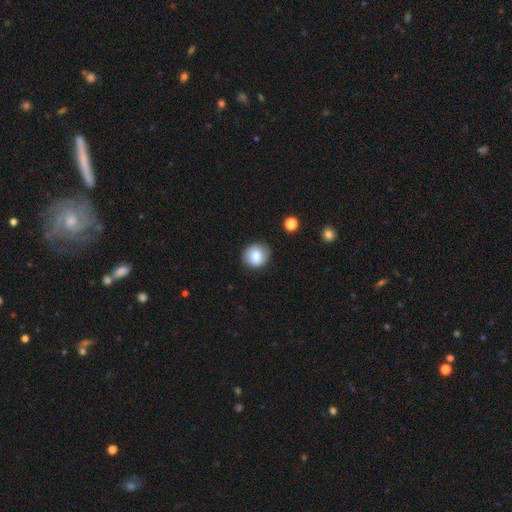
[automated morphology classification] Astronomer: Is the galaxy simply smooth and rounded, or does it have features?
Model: smooth — 75%.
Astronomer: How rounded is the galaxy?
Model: round — 76%.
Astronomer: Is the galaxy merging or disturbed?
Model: none — 83%.